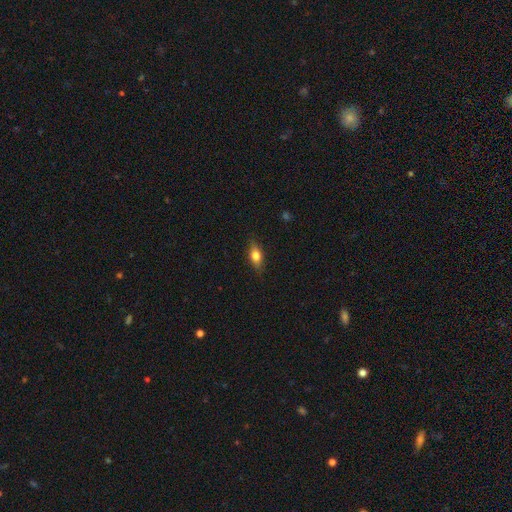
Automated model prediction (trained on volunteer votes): Smooth or featured: smooth — 74% (featured or disk — 18%)
How rounded: in between — 77% (cigar-shaped — 15%)
Merging: none — 84% (minor disturbance — 12%)